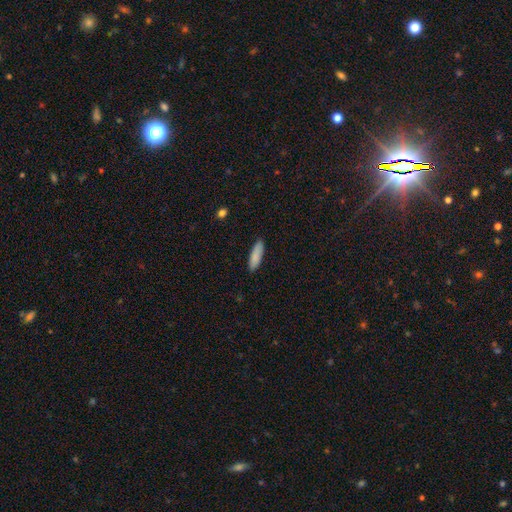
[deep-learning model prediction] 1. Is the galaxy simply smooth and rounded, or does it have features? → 87% smooth, 7% featured or disk, 6% star or artifact.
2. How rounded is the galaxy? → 59% cigar-shaped, 40% in between, 2% round.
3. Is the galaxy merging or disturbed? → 88% none, 9% minor disturbance, 2% major disturbance, 1% merger.